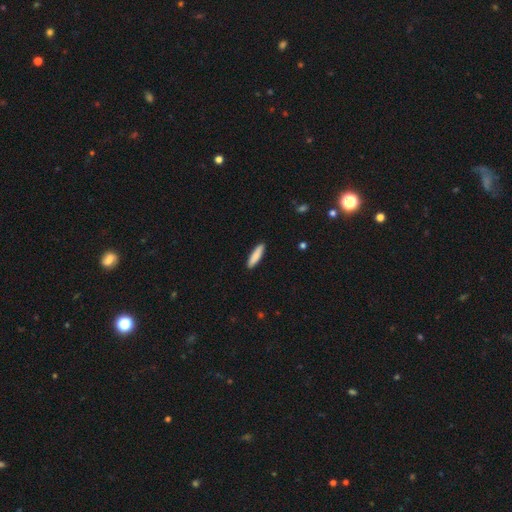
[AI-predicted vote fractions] Smooth or featured? Predicted: smooth (p=0.86). How rounded? Predicted: cigar-shaped (p=0.77). Merging? Predicted: none (p=0.90).